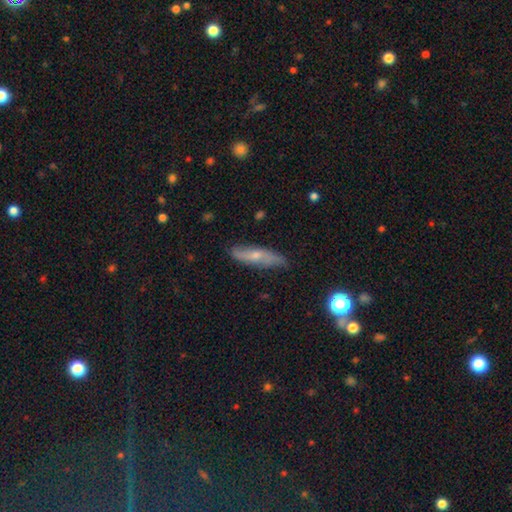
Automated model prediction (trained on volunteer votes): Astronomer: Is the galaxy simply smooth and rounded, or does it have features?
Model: featured or disk — 49% (runner-up: smooth, 44%).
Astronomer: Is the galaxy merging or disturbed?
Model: none — 78%.